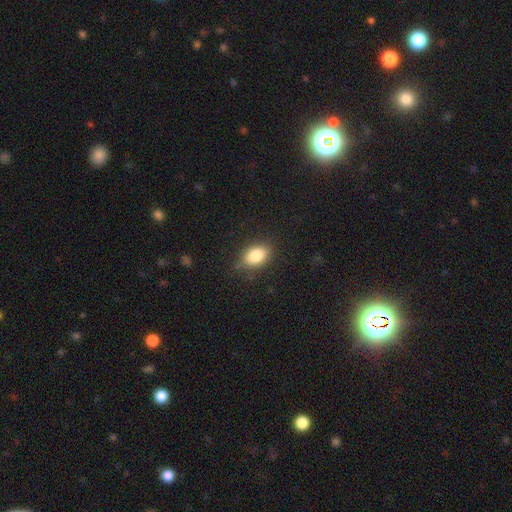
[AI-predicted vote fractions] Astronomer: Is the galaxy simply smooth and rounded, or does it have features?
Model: smooth — 84%.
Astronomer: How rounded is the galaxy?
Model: in between — 82%.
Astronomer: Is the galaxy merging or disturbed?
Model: none — 79%.